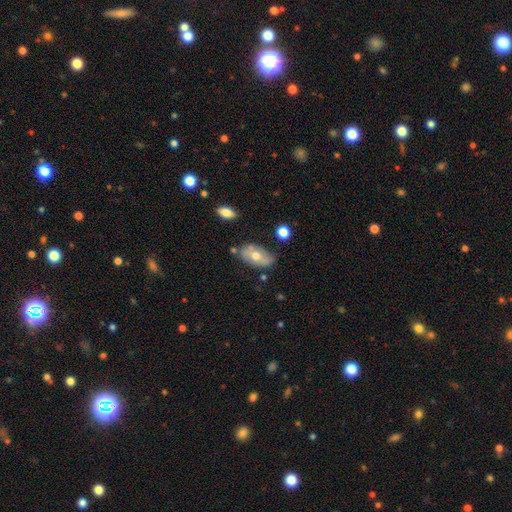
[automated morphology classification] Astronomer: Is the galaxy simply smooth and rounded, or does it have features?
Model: smooth — 53% (runner-up: featured or disk, 40%).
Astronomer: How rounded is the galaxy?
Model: in between — 91%.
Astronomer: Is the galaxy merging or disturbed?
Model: none — 63%.